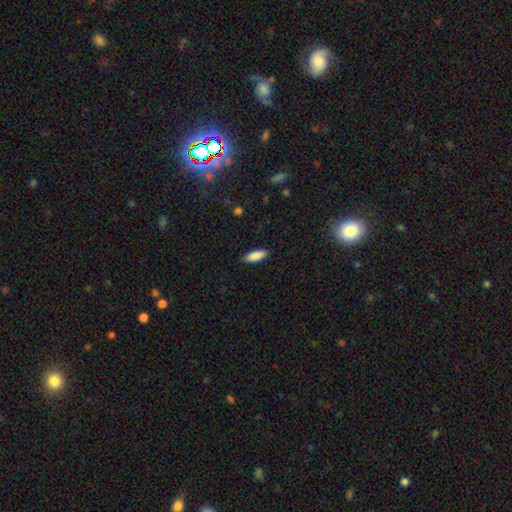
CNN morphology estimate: smooth-or-featured: smooth: 87% | featured or disk: 7% | star or artifact: 6%
  how-rounded: in between: 62% | cigar-shaped: 36% | round: 2%
  merging: none: 87% | minor disturbance: 10% | major disturbance: 2% | merger: 1%